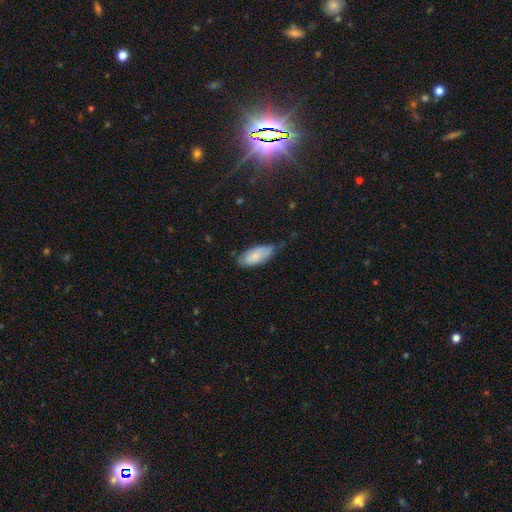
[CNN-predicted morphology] smooth-or-featured: smooth: 75% | featured or disk: 19% | star or artifact: 6%
  how-rounded: in between: 84% | cigar-shaped: 14% | round: 2%
  merging: none: 49% | minor disturbance: 41% | major disturbance: 9% | merger: 2%